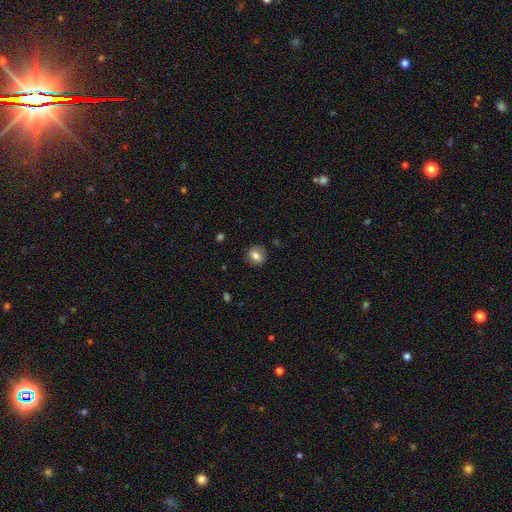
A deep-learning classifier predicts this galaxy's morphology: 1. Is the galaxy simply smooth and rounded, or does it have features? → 77% smooth, 14% featured or disk, 9% star or artifact.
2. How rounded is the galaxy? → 73% round, 26% in between, 1% cigar-shaped.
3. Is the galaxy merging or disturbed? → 85% none, 11% minor disturbance, 3% major disturbance, 1% merger.